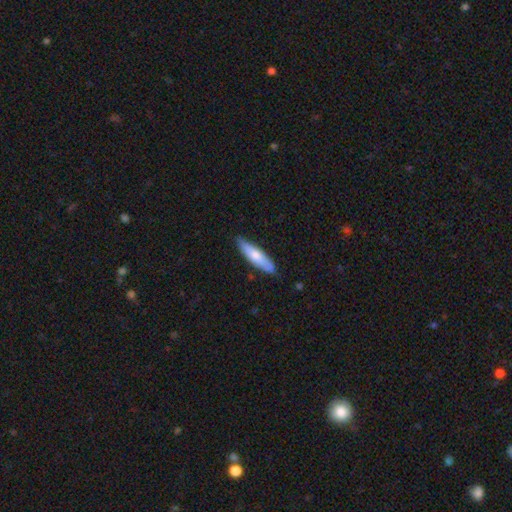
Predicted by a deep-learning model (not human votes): Smooth or featured? Predicted: smooth (p=0.68). How rounded? Predicted: cigar-shaped (p=0.63). Merging? Predicted: none (p=0.78).